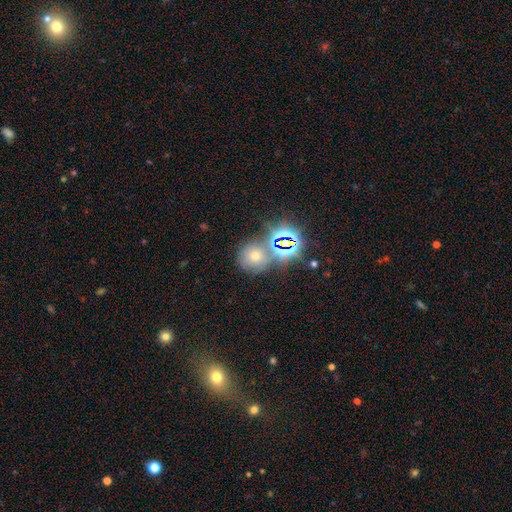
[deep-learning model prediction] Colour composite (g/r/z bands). It shows a star or artifact, not a galaxy (49%).